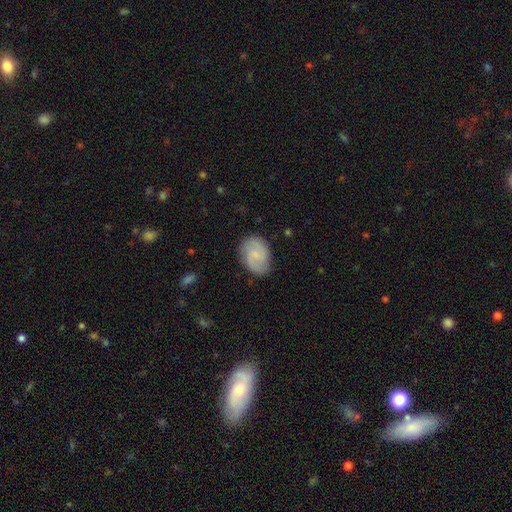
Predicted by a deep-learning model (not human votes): A featured or disk galaxy (52%) with no bar (49%), spiral arms (91%) and a small central bulge (55%). Merging: none (79%).